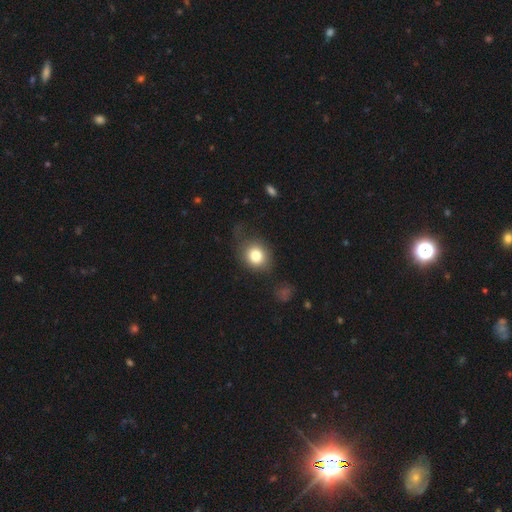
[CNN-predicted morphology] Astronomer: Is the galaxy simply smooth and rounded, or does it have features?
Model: smooth — 80%.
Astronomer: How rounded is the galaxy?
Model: round — 71%.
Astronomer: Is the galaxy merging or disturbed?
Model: none — 67%.